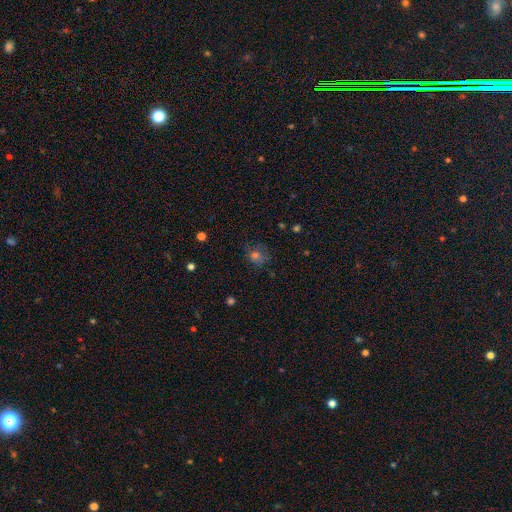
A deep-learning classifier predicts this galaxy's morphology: Overall: smooth (62%; star or artifact 23%). How rounded: round (77%). Merging: none (69%).